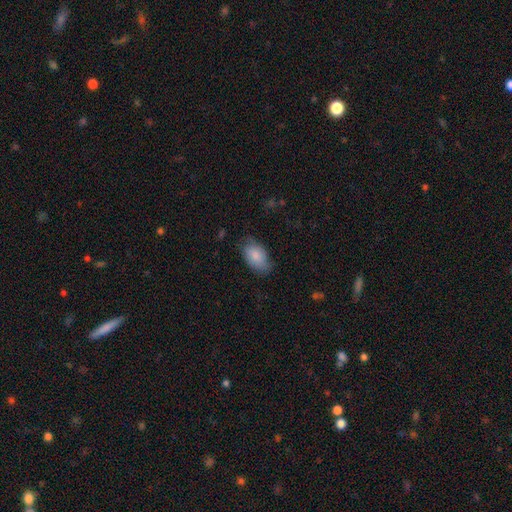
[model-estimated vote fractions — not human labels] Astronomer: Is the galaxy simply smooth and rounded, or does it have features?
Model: smooth — 82%.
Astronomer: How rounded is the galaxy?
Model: in between — 92%.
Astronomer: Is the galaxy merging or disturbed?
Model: none — 66%.